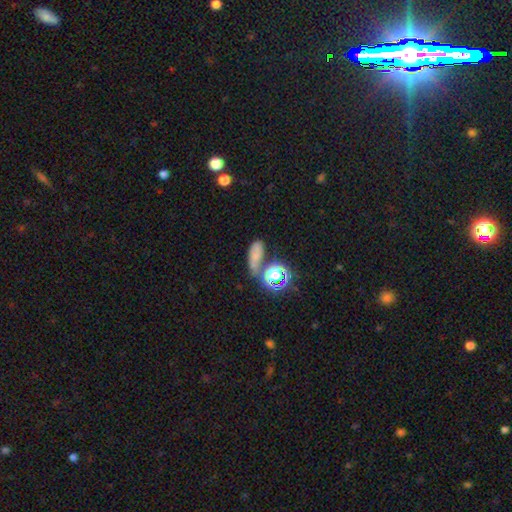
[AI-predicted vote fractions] This is likely a smooth galaxy (62%). How rounded: likely in between (69%). Merging: marginally none (43%).